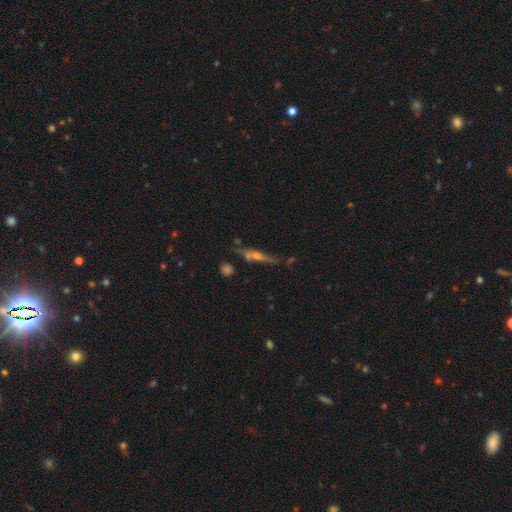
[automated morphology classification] The model was most divided on "smooth or featured": featured or disk: 66%, smooth: 23%, star or artifact: 12%. More confident: edge-on disk — yes (87%); edge-on bulge — rounded (77%); merging — none (64%).